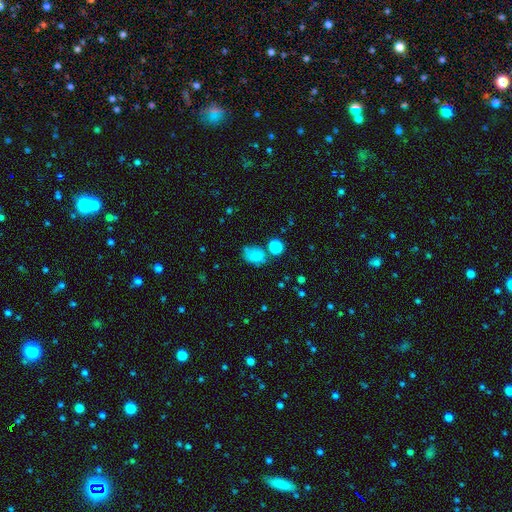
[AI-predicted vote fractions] Overall: smooth (78%). How rounded: in between (68%; round 31%). Merging: none (52%; minor disturbance 25%).